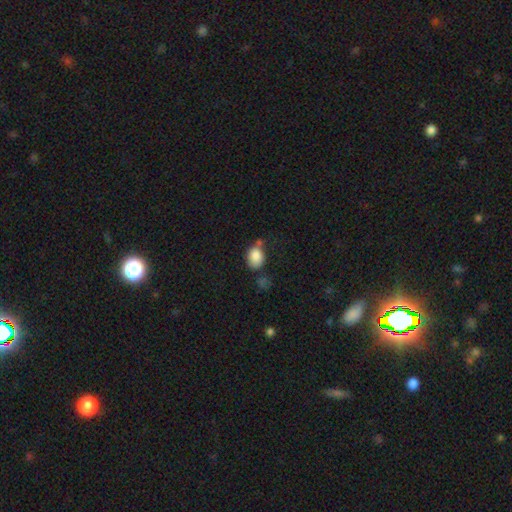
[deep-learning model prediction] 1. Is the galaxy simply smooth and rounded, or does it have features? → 85% smooth, 9% star or artifact, 7% featured or disk.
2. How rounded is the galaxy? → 62% in between, 37% round, 1% cigar-shaped.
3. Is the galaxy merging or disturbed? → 46% none, 26% minor disturbance, 18% merger, 10% major disturbance.